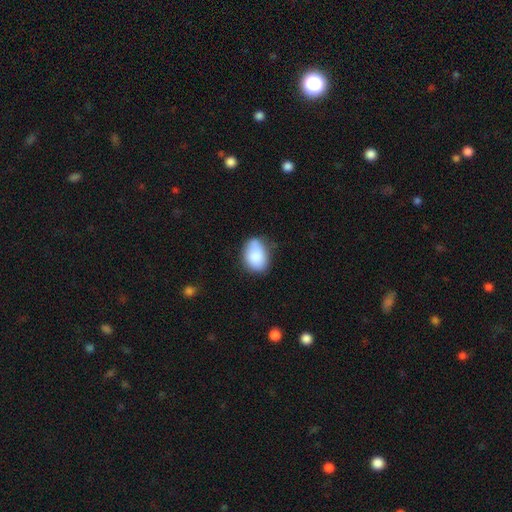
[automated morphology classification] Smooth or featured? Predicted: smooth (p=0.85). How rounded? Predicted: in between (p=0.78). Merging? Predicted: none (p=0.62).